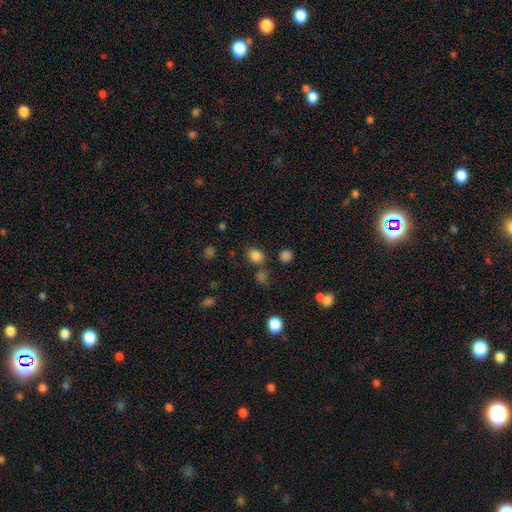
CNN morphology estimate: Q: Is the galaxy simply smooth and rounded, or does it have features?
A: smooth — 81%.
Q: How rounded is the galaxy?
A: round — 67%.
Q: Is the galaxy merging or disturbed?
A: none — 75%.